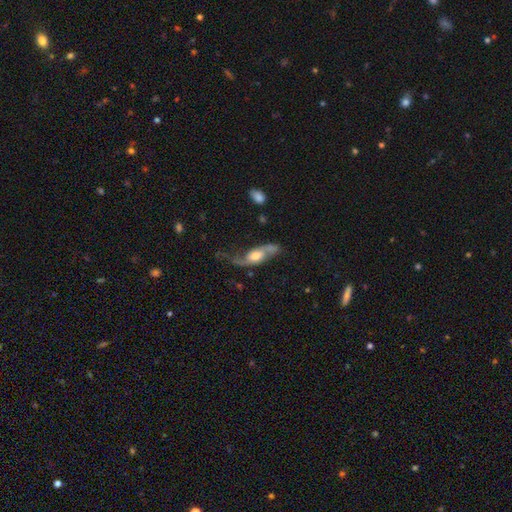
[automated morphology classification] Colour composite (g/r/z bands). It shows a featured or disk galaxy (71%) with no bar (62%), 2 (79%) loose (63%) spiral arms (88%) and a moderate central bulge (61%). Merging: none (44%).